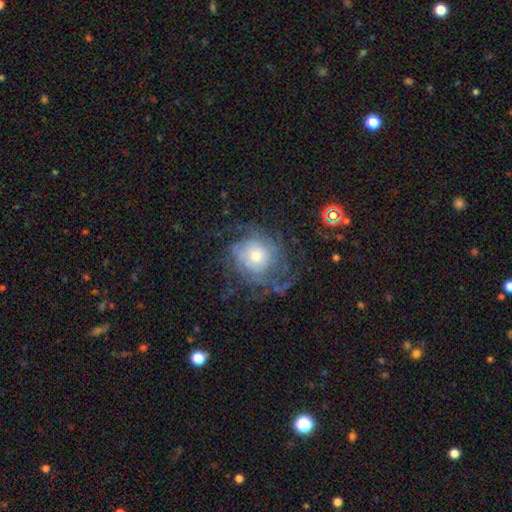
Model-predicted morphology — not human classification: A featured or disk galaxy (71%) with no bar (82%), tight (53%) spiral arms (81%) and a moderate central bulge (45%).

Vote fractions:
- Smooth or featured? featured or disk: 71% / smooth: 20% / star or artifact: 9%
- Edge-on disk? no: 97% / yes: 3%
- Bar? no: 82% / weak: 15% / strong: 3%
- Spiral arms? yes: 81% / no: 19%
- Spiral winding? tight: 53% / medium: 30% / loose: 17%
- Spiral arm count? can't tell: 50% / 2: 15% / 3: 12% / 4: 10% / more than 4: 7% / 1: 6%
- Bulge size? moderate: 45% / small: 41% / large: 10% / dominant: 2% / none: 2%
- Merging? none: 60% / major disturbance: 21% / minor disturbance: 18% / merger: 2%